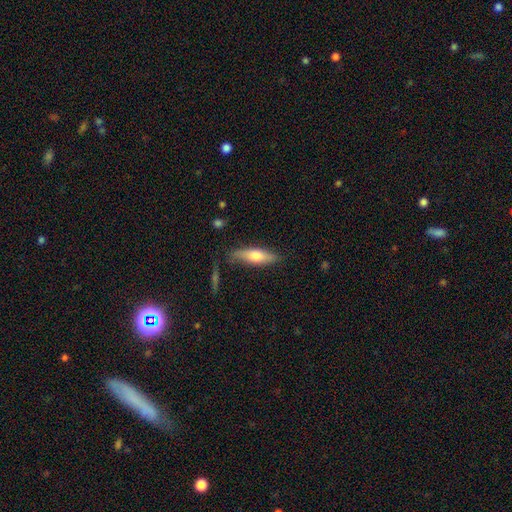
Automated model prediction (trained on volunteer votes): Smooth or featured? smooth (61%)
How rounded? cigar-shaped (55%)
Merging? none (78%)